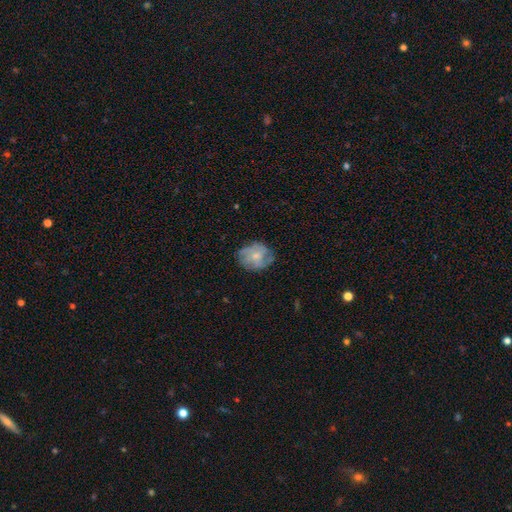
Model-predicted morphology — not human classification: featured or disk 47%, smooth 44%, star or artifact 8%. Down the decision tree: merging — none (68%).